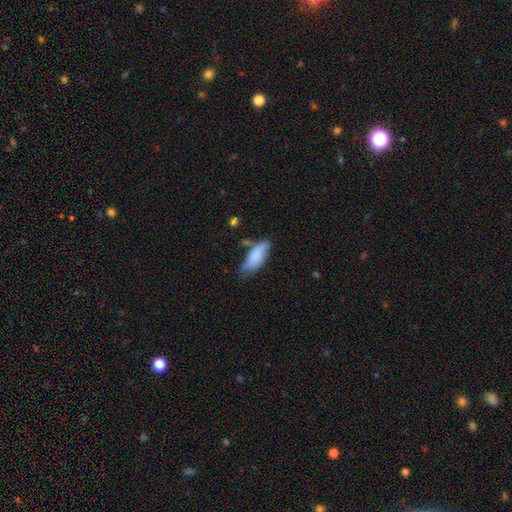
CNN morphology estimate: Overall: smooth (78%). How rounded: in between (74%). Merging: none (53%; minor disturbance 32%).